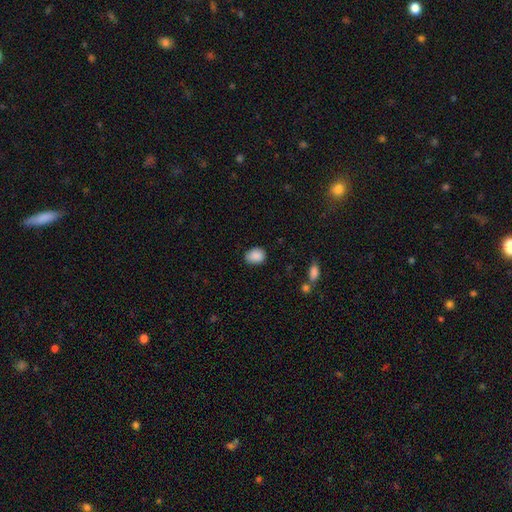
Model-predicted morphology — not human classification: type=smooth (89%); roundness=in between (63%); merging=none (82%).